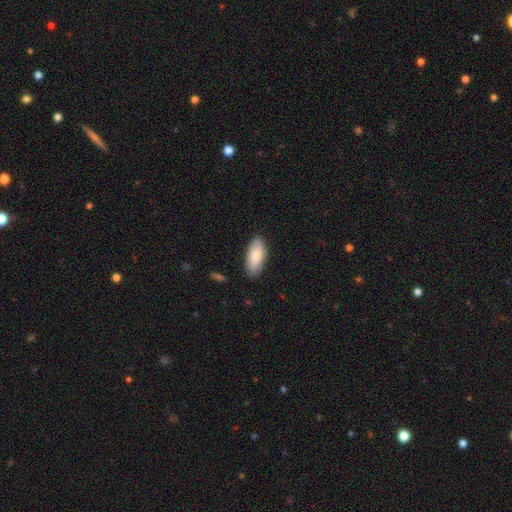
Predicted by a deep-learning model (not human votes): smooth 82%, featured or disk 13%, star or artifact 5%. Down the decision tree: how rounded — in between (88%); merging — none (85%).